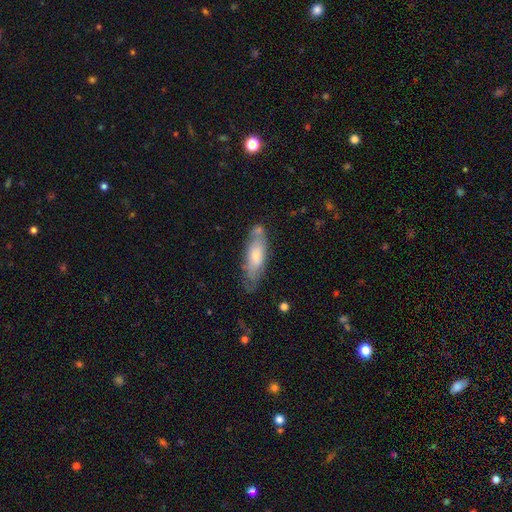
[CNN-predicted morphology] smooth 56%, featured or disk 38%, star or artifact 6%. Down the decision tree: how rounded — in between (57%); merging — none (60%).